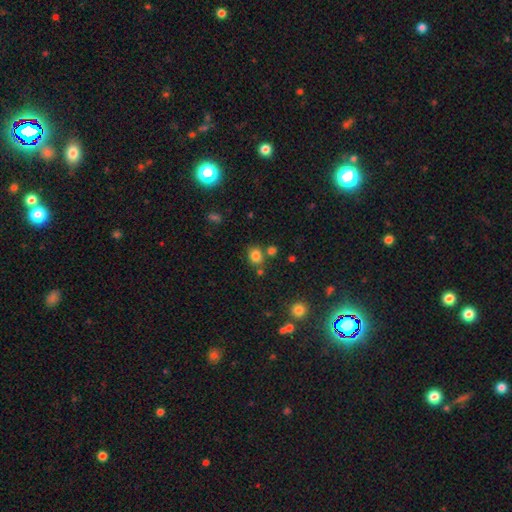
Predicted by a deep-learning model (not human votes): This appears to be a smooth galaxy with no disk features (80%) that is round (65%). Merging: none (70%).